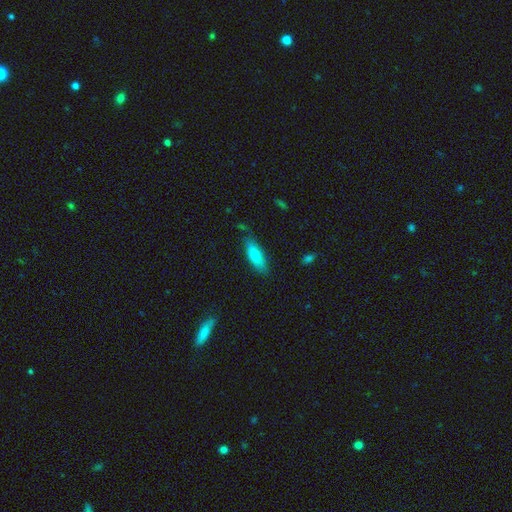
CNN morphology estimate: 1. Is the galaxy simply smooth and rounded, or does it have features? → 73% smooth, 21% featured or disk, 6% star or artifact.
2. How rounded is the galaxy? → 55% in between, 42% cigar-shaped, 2% round.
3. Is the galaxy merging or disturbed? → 75% none, 19% minor disturbance, 4% major disturbance, 2% merger.